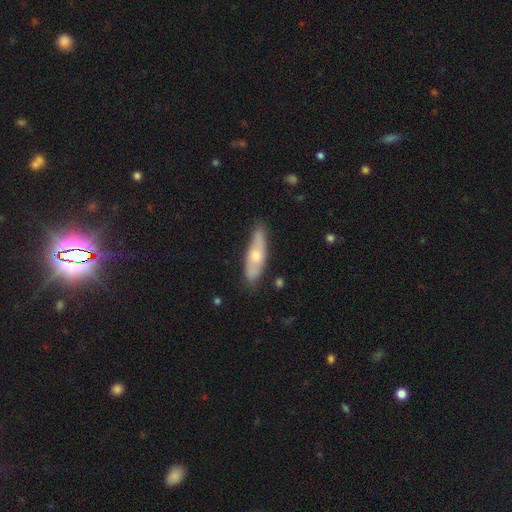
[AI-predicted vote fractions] Overall: smooth (50%; featured or disk 44%). How rounded: cigar-shaped (55%; in between 43%). Merging: none (79%).